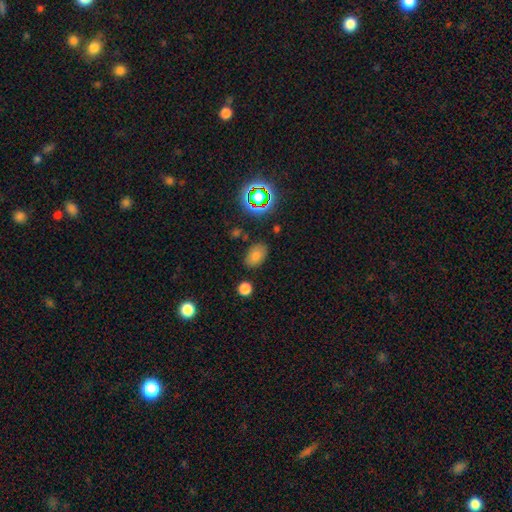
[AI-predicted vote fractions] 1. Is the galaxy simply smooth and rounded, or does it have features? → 74% smooth, 16% star or artifact, 10% featured or disk.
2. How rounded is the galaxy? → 85% in between, 14% round, 1% cigar-shaped.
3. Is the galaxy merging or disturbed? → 79% none, 14% minor disturbance, 4% major disturbance, 3% merger.